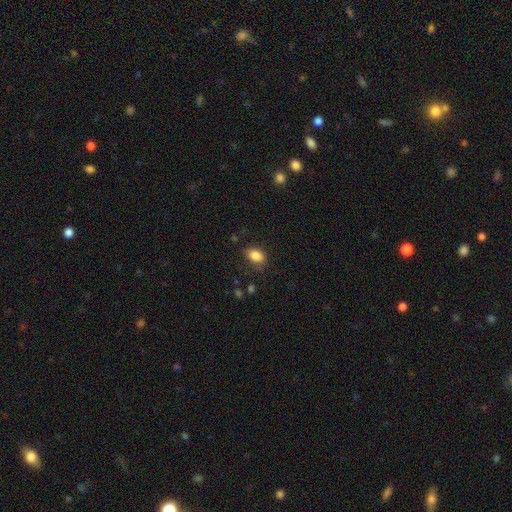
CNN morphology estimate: Q: Smooth or featured?
A: smooth (86%); runner-up: star or artifact (9%)
Q: How rounded?
A: in between (83%); runner-up: round (15%)
Q: Merging?
A: none (74%); runner-up: minor disturbance (19%)